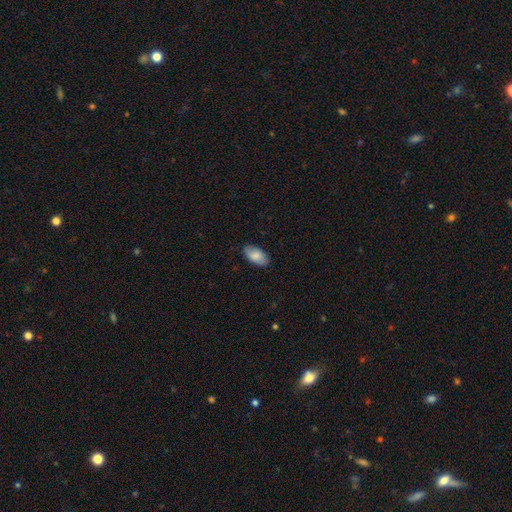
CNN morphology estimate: A smooth galaxy with no disk features (85%) that is in between round and cigar-shaped (95%).

Vote fractions:
- Smooth or featured? smooth: 85% / featured or disk: 9% / star or artifact: 6%
- How rounded? in between: 95% / round: 3% / cigar-shaped: 2%
- Merging? none: 86% / minor disturbance: 11% / major disturbance: 2% / merger: 1%